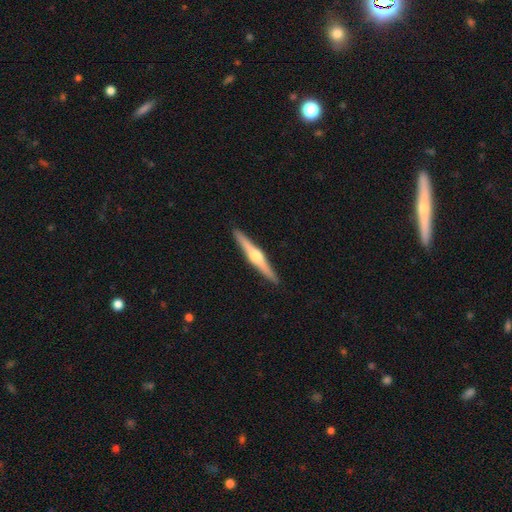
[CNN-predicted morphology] Smooth or featured? featured or disk (75%)
Edge-on disk? yes (98%)
Edge-on bulge? rounded (92%)
Merging? none (92%)